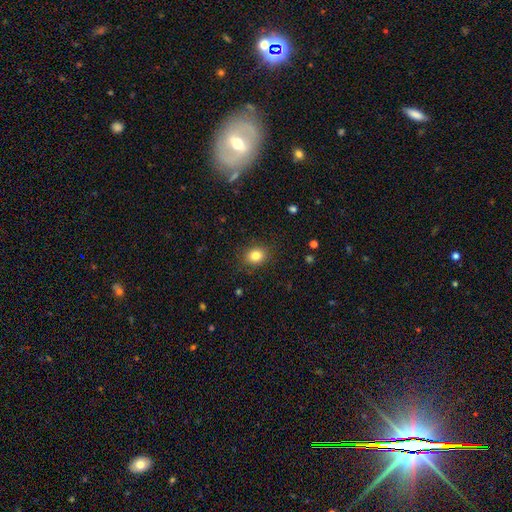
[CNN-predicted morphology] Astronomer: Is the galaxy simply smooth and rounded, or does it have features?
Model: smooth — 83%.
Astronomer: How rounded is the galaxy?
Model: round — 61% (runner-up: in between, 38%).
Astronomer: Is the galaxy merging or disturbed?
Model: none — 87%.